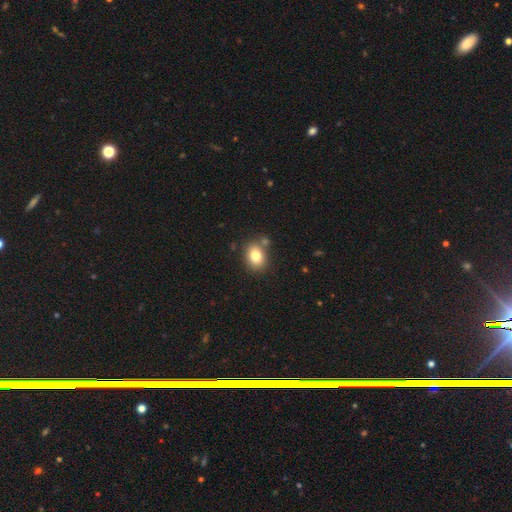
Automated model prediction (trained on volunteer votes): A smooth galaxy with no disk features (80%) that is in between round and cigar-shaped (54%).

Vote fractions:
- Smooth or featured? smooth: 80% / star or artifact: 11% / featured or disk: 10%
- How rounded? in between: 54% / round: 45% / cigar-shaped: 1%
- Merging? none: 76% / minor disturbance: 12% / merger: 9% / major disturbance: 3%